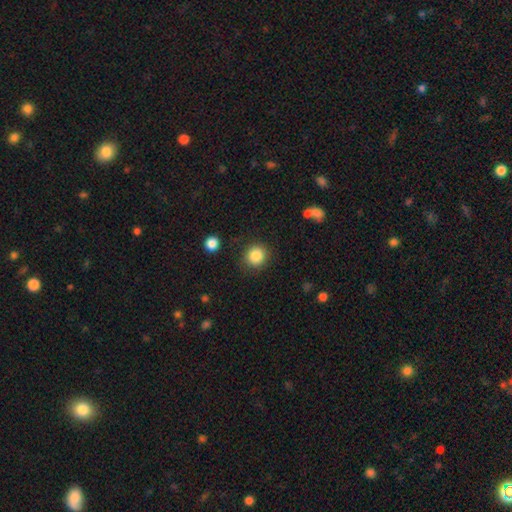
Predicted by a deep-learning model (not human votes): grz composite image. It shows a smooth galaxy with no disk features (85%) that is round (85%). Merging: none (86%).